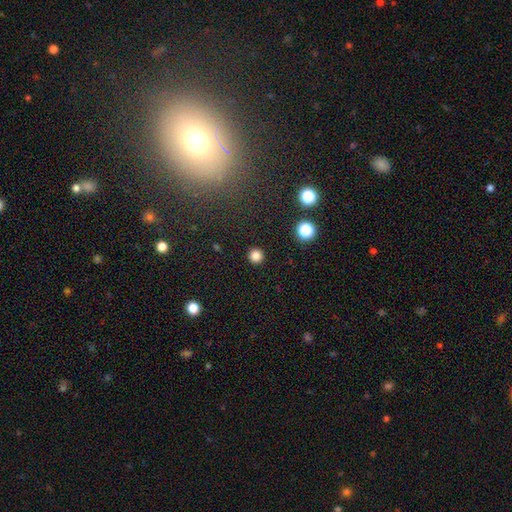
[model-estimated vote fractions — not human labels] Morphology: type=smooth (83%); roundness=round (95%); merging=none (92%).